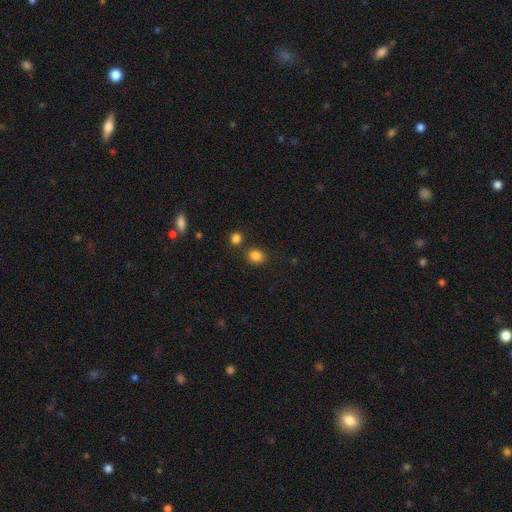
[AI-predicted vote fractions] Smooth or featured? Predicted: smooth (p=0.85). How rounded? Predicted: round (p=0.58). Merging? Predicted: none (p=0.78).